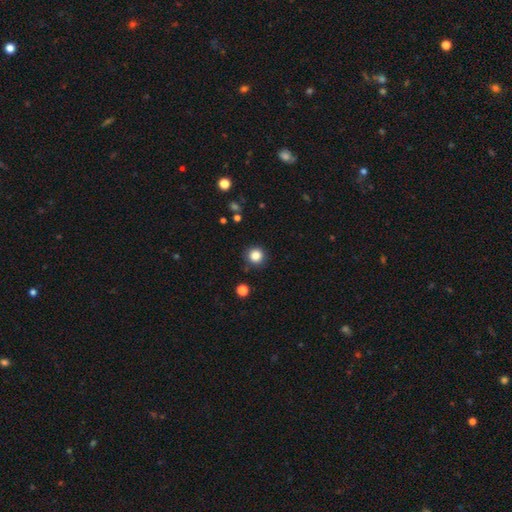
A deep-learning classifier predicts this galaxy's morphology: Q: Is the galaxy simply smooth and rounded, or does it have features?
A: smooth — 85%.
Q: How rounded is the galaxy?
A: round — 94%.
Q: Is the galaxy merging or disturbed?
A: none — 88%.